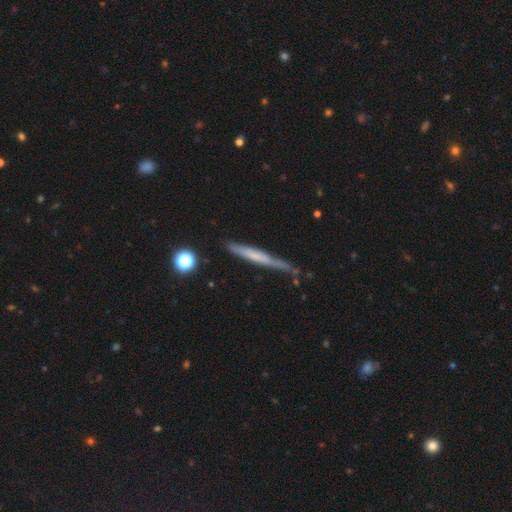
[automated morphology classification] smooth 47%, featured or disk 46%, star or artifact 7%. Down the decision tree: merging — none (71%).